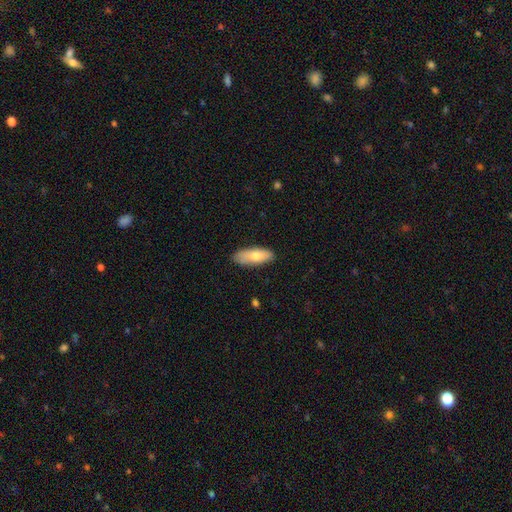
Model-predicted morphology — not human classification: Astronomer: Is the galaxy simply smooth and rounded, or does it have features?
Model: smooth — 75%.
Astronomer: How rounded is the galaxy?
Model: in between — 71%.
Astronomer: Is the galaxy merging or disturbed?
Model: none — 83%.